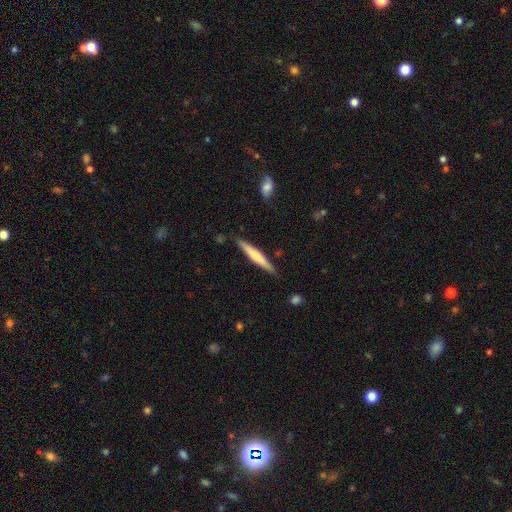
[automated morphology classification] smooth-or-featured: smooth: 58% | featured or disk: 37% | star or artifact: 5%
  how-rounded: cigar-shaped: 93% | in between: 5% | round: 1%
  merging: none: 86% | minor disturbance: 11% | major disturbance: 2% | merger: 2%